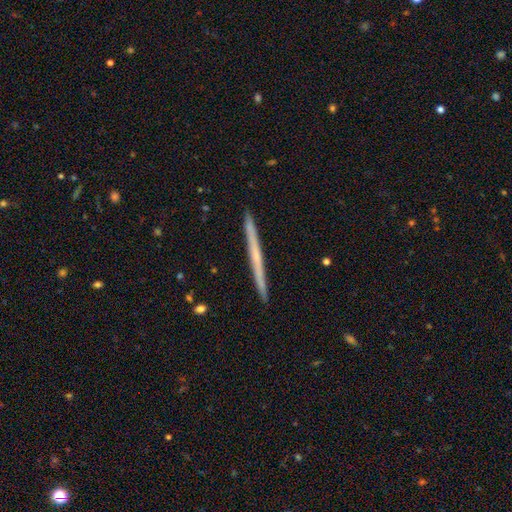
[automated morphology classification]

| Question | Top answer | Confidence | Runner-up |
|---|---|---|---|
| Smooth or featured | featured or disk | 58% | smooth (36%) |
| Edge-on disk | yes | 98% | no (2%) |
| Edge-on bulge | none | 80% | rounded (16%) |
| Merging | none | 93% | minor disturbance (5%) |